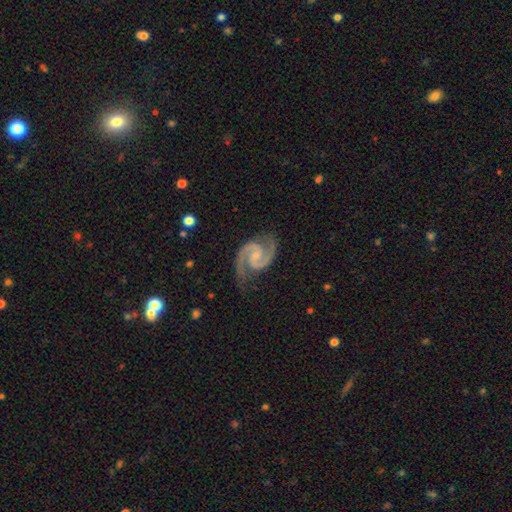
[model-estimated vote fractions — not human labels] Smooth or featured? featured or disk (94%)
Edge-on disk? no (98%)
Bar? no (49%)
Spiral arms? yes (99%)
Spiral winding? medium (66%)
Spiral arm count? 2 (95%)
Bulge size? small (58%)
Merging? none (78%)